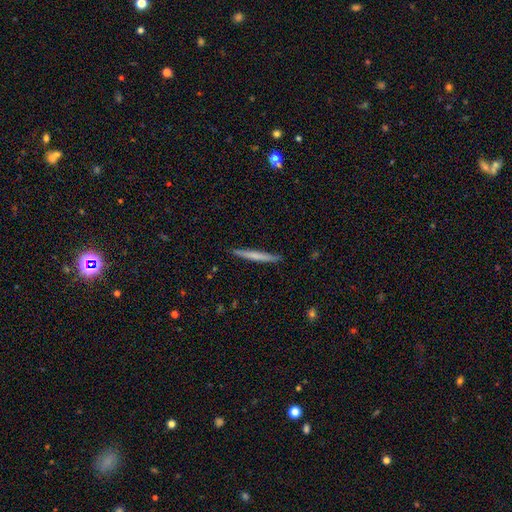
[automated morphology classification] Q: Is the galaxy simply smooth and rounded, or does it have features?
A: smooth — 60%.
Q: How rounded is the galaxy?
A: cigar-shaped — 97%.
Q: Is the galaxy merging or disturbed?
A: none — 90%.